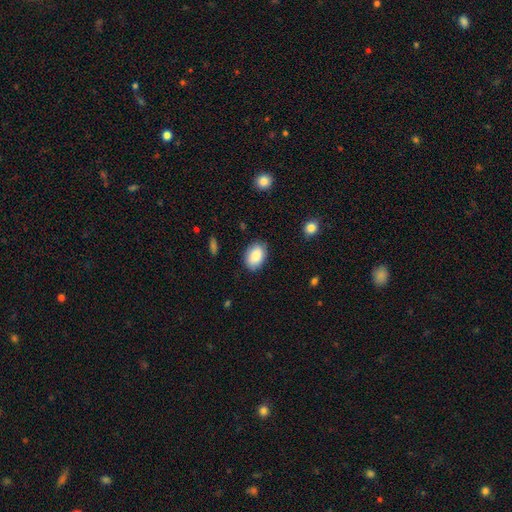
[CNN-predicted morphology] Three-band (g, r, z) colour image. It shows a smooth galaxy with no disk features (88%) that is in between round and cigar-shaped (86%). Merging: none (83%).